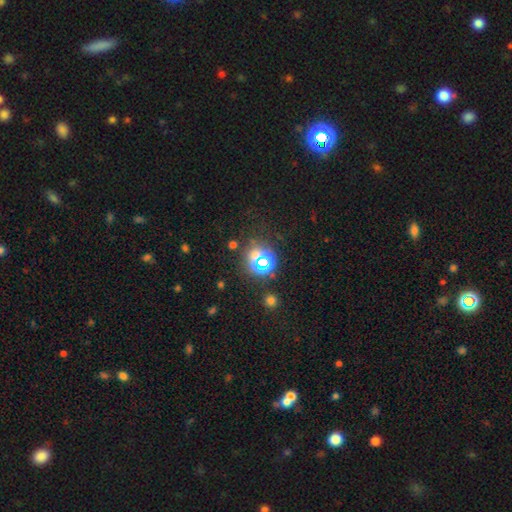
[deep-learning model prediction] Overall: star or artifact (65%; smooth 26%).